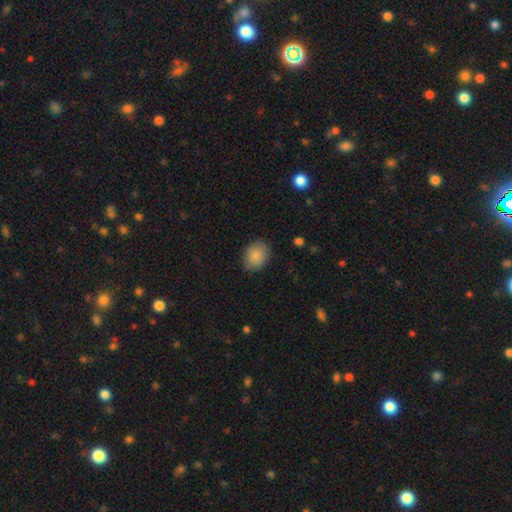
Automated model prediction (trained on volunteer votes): Smooth or featured: smooth — 88% (star or artifact — 7%)
How rounded: in between — 60% (round — 39%)
Merging: none — 84% (minor disturbance — 12%)